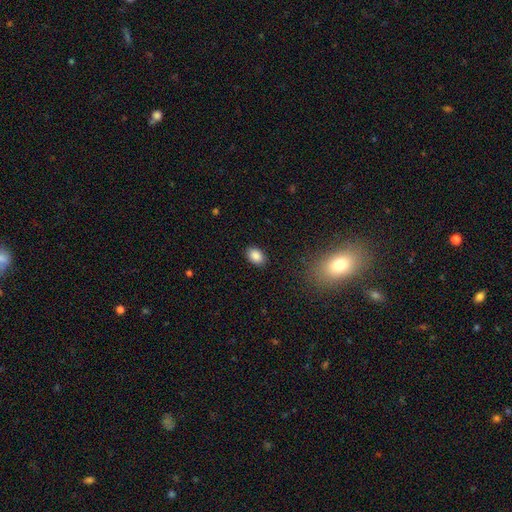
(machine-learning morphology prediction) smooth 86%, star or artifact 9%, featured or disk 5%. Down the decision tree: how rounded — in between (80%); merging — none (88%).